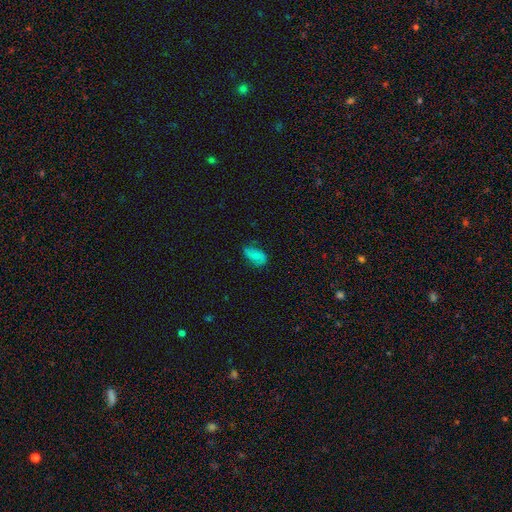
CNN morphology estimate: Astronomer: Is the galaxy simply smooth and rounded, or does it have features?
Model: smooth — 64%.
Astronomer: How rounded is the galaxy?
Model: in between — 91%.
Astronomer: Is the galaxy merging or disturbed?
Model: none — 64%.